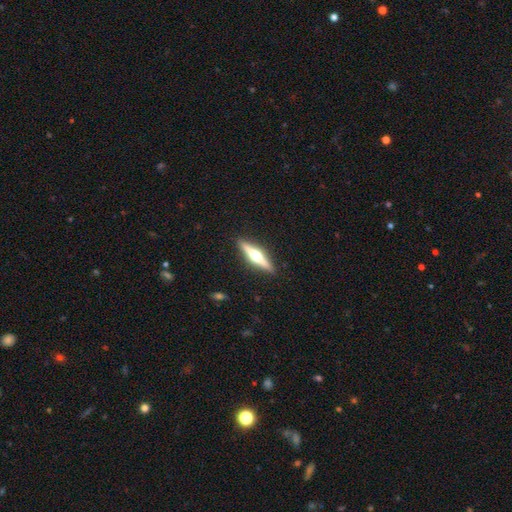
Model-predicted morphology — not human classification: type=featured or disk (72%); edge-on=yes (97%); edge-on bulge=rounded (96%); merging=none (91%).